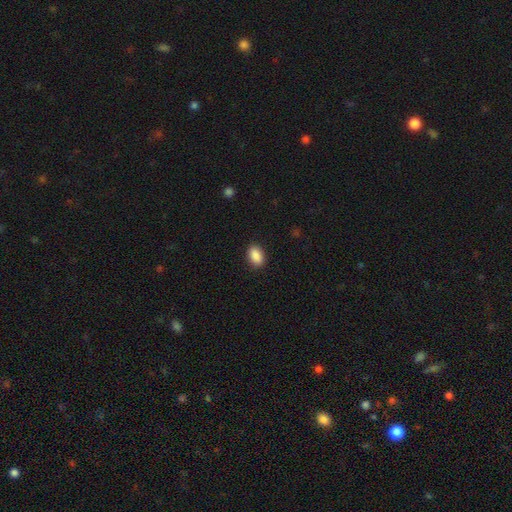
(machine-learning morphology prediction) This appears to be a smooth galaxy with no disk features (90%) that is in between round and cigar-shaped (89%). Merging: none (88%).